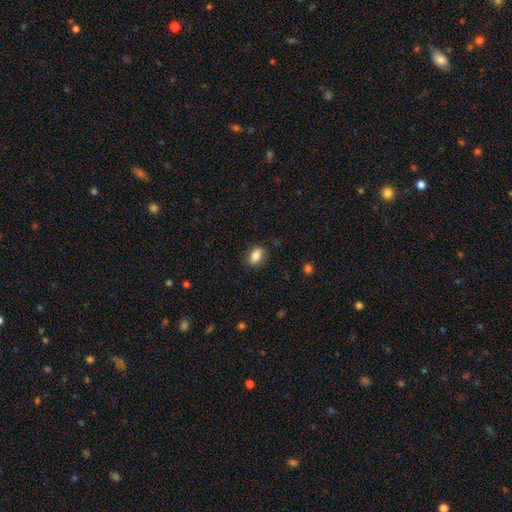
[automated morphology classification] Q: Smooth or featured?
A: smooth (84%); runner-up: star or artifact (8%)
Q: How rounded?
A: in between (82%); runner-up: round (15%)
Q: Merging?
A: none (86%); runner-up: minor disturbance (11%)